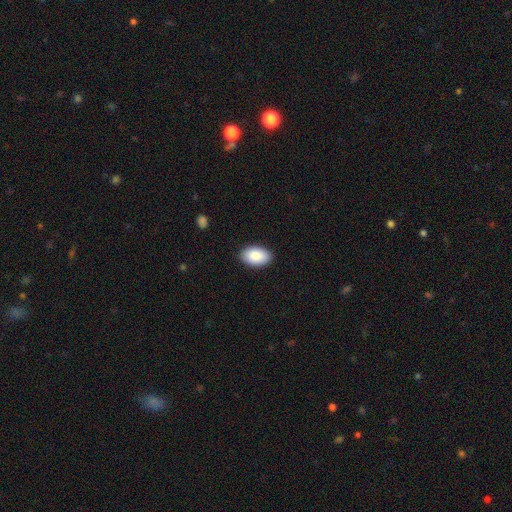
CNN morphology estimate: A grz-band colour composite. It shows a smooth galaxy with no disk features (89%) that is in between round and cigar-shaped (94%). Merging: none (89%).